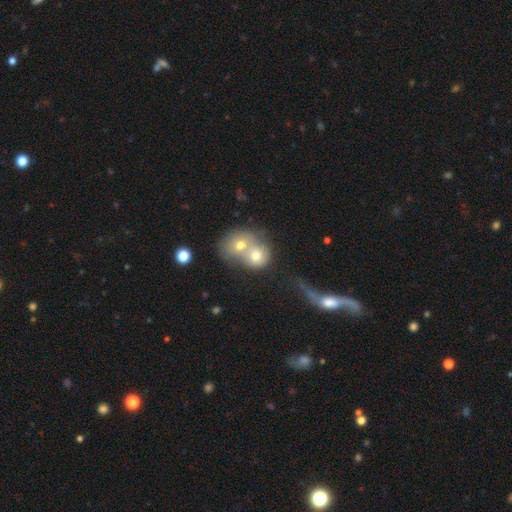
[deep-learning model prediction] Smooth or featured?
  - smooth: 60% *
  - featured or disk: 29%
  - star or artifact: 11%
How rounded?
  - round: 68% *
  - in between: 31%
  - cigar-shaped: 1%
Merging?
  - merger: 76% *
  - none: 14%
  - major disturbance: 5%
  - minor disturbance: 5%